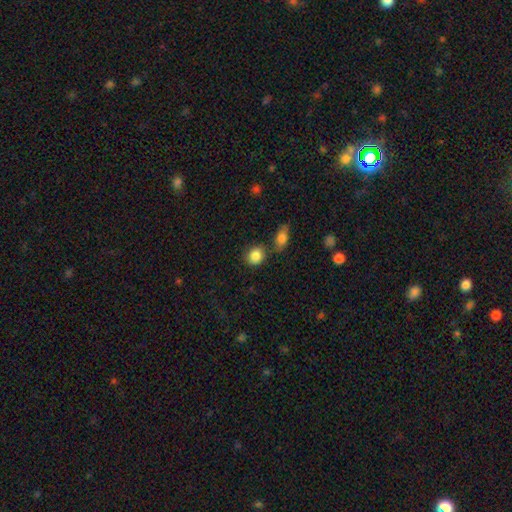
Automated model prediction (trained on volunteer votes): Smooth or featured? smooth (86%)
How rounded? round (65%)
Merging? none (67%)